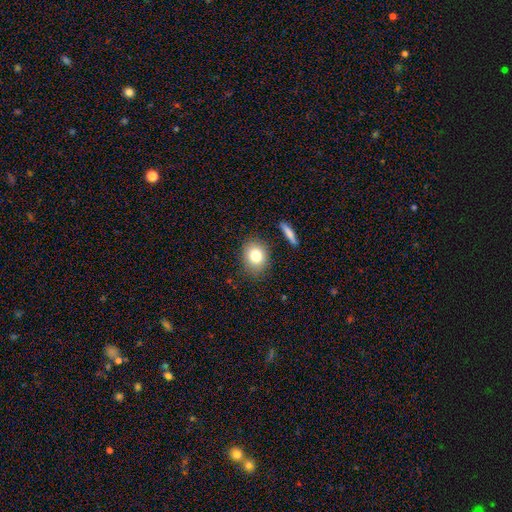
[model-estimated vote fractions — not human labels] This is likely a smooth galaxy (79%). How rounded: possibly round (52%). Merging: clearly none (84%).